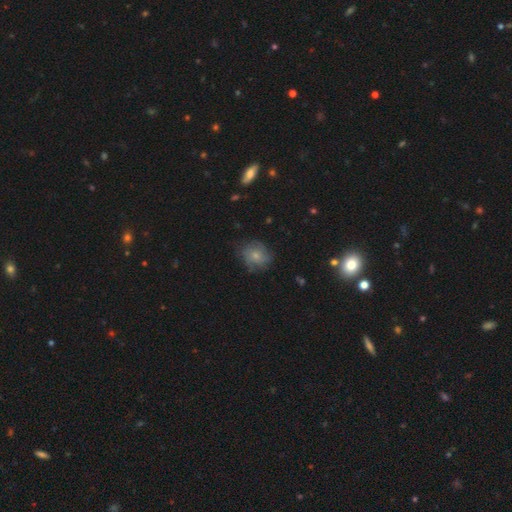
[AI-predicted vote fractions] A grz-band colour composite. It shows a smooth galaxy with no disk features (61%) that is round (67%). Merging: none (67%).